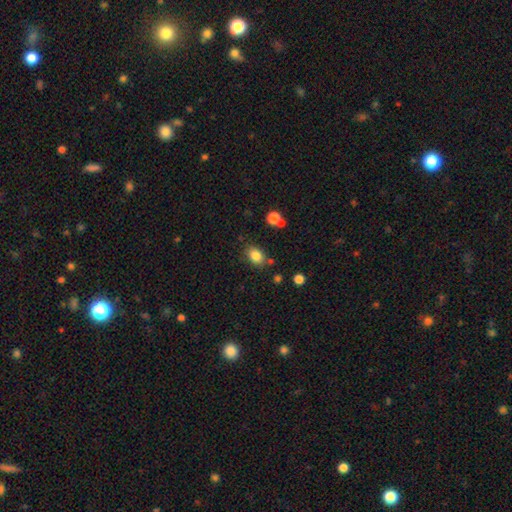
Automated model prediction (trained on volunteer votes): Q: Smooth or featured?
A: smooth (84%); runner-up: star or artifact (10%)
Q: How rounded?
A: in between (75%); runner-up: round (24%)
Q: Merging?
A: none (78%); runner-up: minor disturbance (13%)